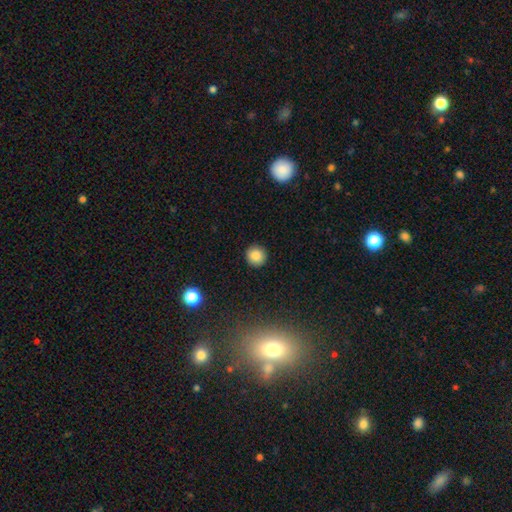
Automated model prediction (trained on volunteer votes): smooth-or-featured: smooth: 86% | star or artifact: 10% | featured or disk: 4%
  how-rounded: round: 94% | in between: 5% | cigar-shaped: 1%
  merging: none: 91% | minor disturbance: 6% | major disturbance: 2% | merger: 1%